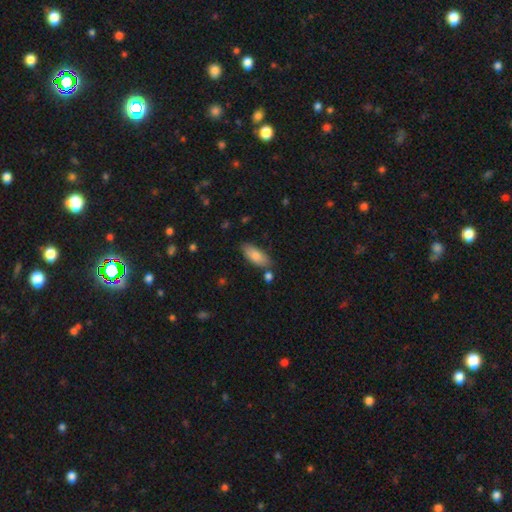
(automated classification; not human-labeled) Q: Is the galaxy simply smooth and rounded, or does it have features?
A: smooth — 82%.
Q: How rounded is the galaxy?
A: in between — 84%.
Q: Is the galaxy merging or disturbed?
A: none — 77%.